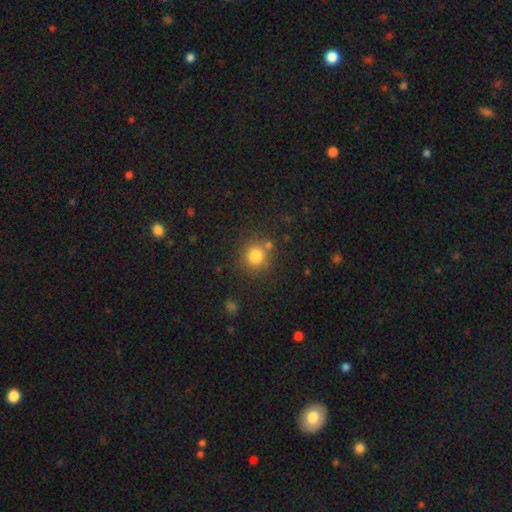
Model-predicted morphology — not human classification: Q: Smooth or featured?
A: smooth (81%); runner-up: star or artifact (12%)
Q: How rounded?
A: round (92%); runner-up: in between (7%)
Q: Merging?
A: none (79%); runner-up: minor disturbance (10%)